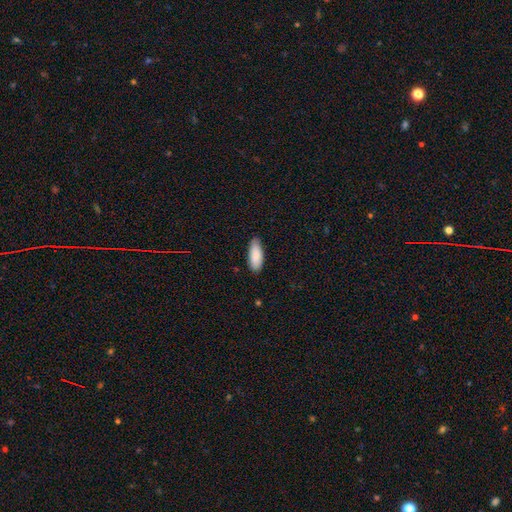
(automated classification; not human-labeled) smooth-or-featured: smooth: 89% | featured or disk: 6% | star or artifact: 6%
  how-rounded: in between: 76% | cigar-shaped: 22% | round: 2%
  merging: none: 84% | minor disturbance: 13% | major disturbance: 2% | merger: 1%